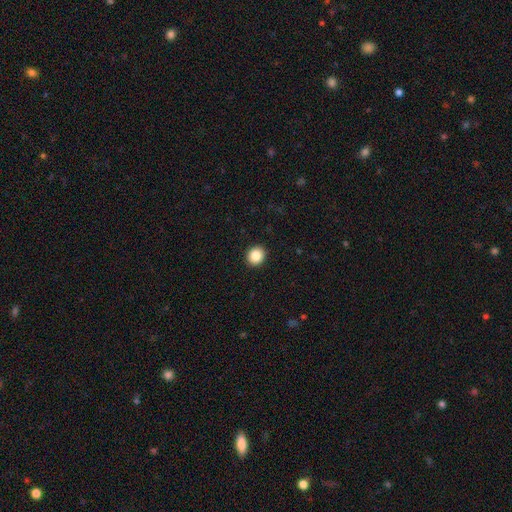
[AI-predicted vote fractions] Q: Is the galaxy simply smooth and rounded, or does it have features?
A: smooth — 86%.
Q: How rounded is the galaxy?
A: round — 79%.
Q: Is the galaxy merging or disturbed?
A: none — 93%.